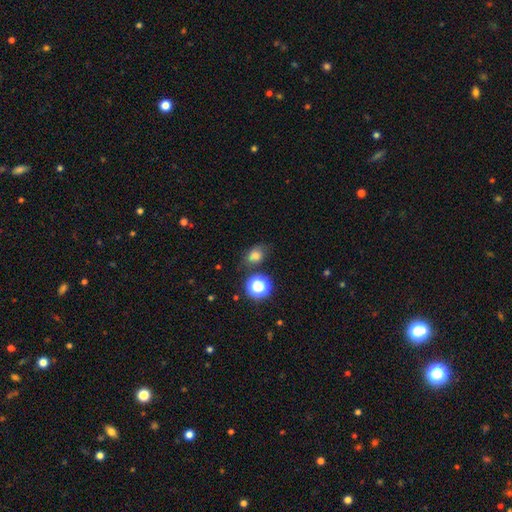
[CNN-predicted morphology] smooth 72%, star or artifact 18%, featured or disk 10%. Down the decision tree: how rounded — in between (54%); merging — none (67%).